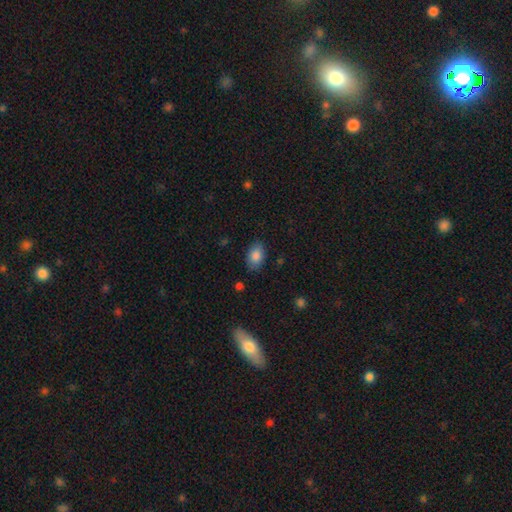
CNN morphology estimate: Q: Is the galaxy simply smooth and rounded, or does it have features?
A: smooth — 86%.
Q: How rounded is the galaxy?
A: in between — 85%.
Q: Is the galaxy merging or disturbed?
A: none — 84%.